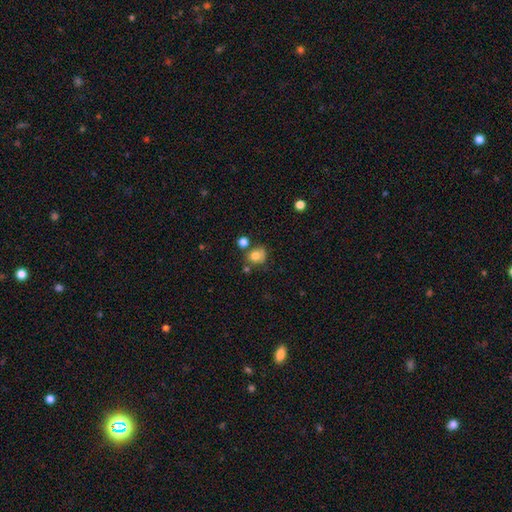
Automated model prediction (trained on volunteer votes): A smooth galaxy with no disk features (75%) that is round (74%). Merging: none (52%).